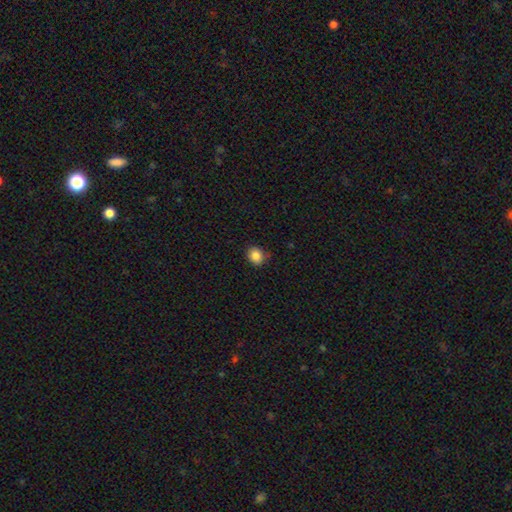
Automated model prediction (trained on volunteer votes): Overall: smooth (86%). How rounded: round (63%; in between 36%). Merging: none (85%).